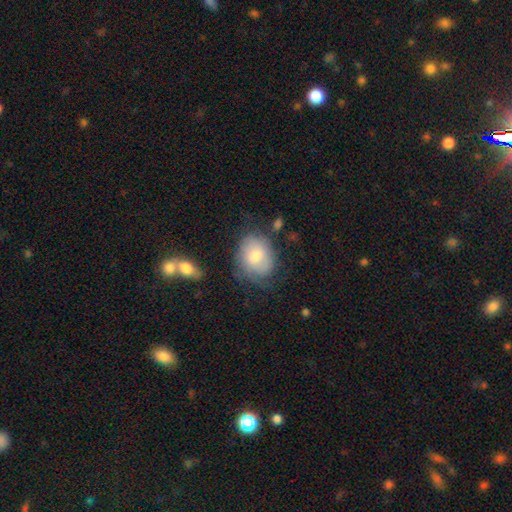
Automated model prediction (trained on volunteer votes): A smooth galaxy with no disk features (65%) that is in between round and cigar-shaped (53%).

Vote fractions:
- Smooth or featured? smooth: 65% / featured or disk: 28% / star or artifact: 7%
- How rounded? in between: 53% / round: 46% / cigar-shaped: 1%
- Merging? none: 57% / minor disturbance: 27% / major disturbance: 12% / merger: 4%